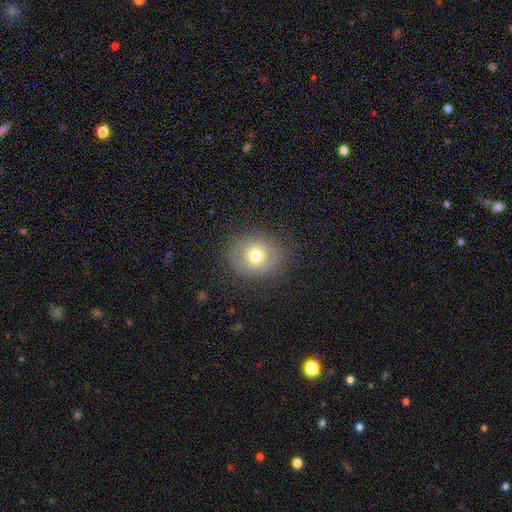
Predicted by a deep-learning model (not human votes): Smooth or featured? smooth (64%)
How rounded? round (71%)
Merging? none (78%)